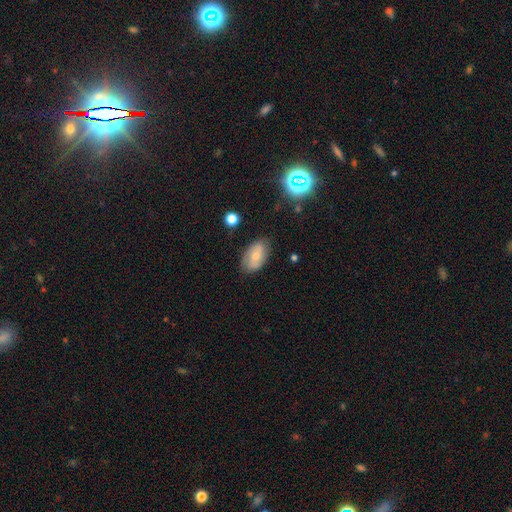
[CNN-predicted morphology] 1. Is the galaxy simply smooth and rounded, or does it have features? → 57% smooth, 35% featured or disk, 8% star or artifact.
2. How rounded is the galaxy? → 91% in between, 7% round, 2% cigar-shaped.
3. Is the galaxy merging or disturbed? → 79% none, 16% minor disturbance, 4% major disturbance, 2% merger.